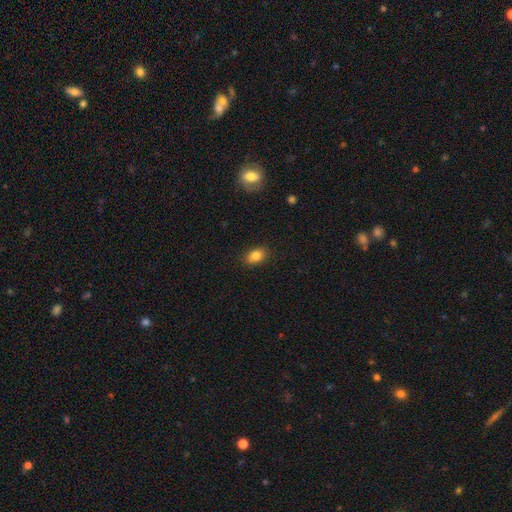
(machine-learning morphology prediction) Overall: smooth (83%). How rounded: in between (78%). Merging: none (87%).